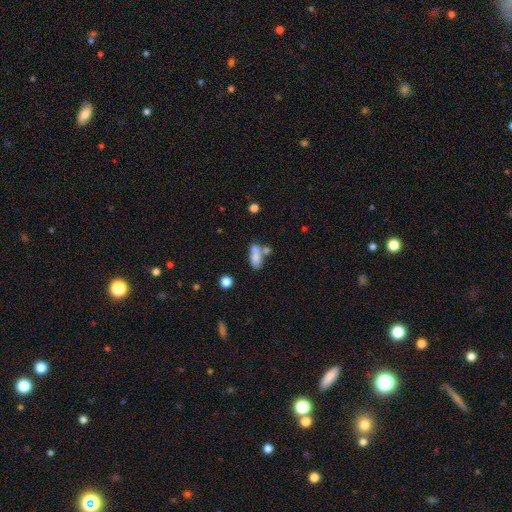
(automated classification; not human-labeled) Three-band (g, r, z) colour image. It shows a smooth galaxy with no disk features (74%) that is in between round and cigar-shaped (81%). Merging: merger (42%).